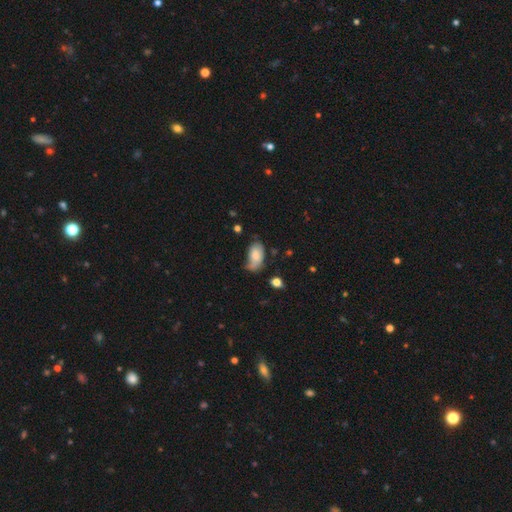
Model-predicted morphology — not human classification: type=smooth (75%); roundness=in between (93%); merging=none (40%).